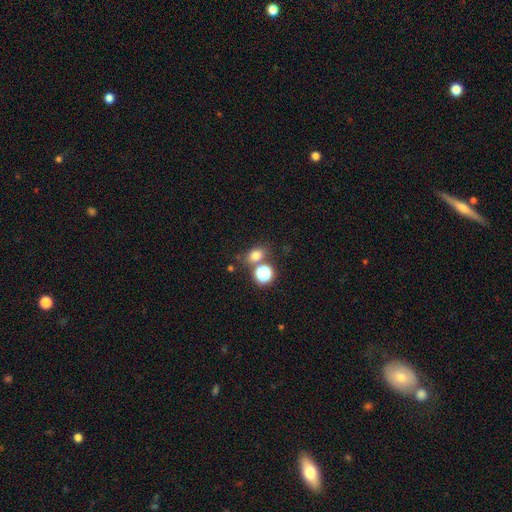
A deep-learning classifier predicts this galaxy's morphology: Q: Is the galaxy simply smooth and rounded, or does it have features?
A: smooth — 73%.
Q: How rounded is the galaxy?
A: round — 50%.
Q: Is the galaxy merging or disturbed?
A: none — 66%.